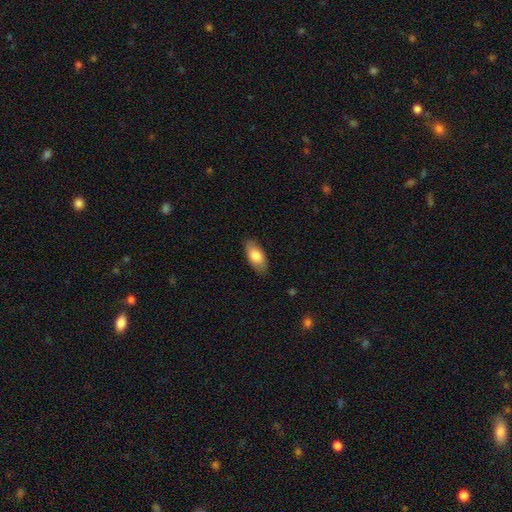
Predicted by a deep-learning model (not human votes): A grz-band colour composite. It shows a smooth galaxy with no disk features (79%) that is in between round and cigar-shaped (89%). Merging: none (86%).